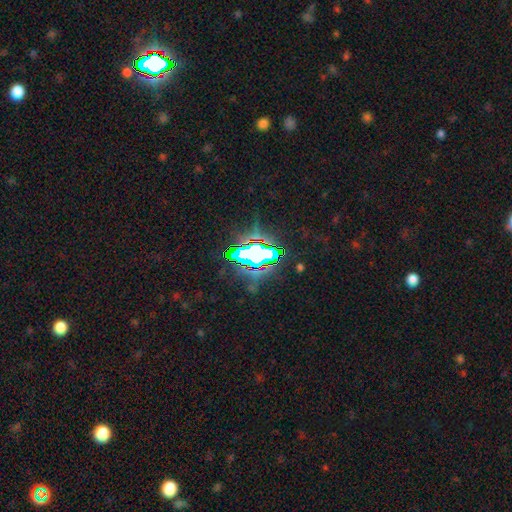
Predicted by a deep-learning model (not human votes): Overall: star or artifact (69%).